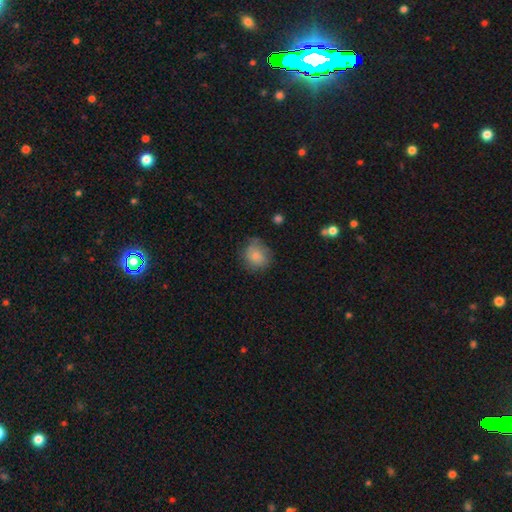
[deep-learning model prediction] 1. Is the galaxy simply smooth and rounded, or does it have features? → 80% smooth, 12% featured or disk, 8% star or artifact.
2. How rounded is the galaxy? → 82% round, 17% in between, 1% cigar-shaped.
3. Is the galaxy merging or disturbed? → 68% none, 23% minor disturbance, 7% major disturbance, 2% merger.